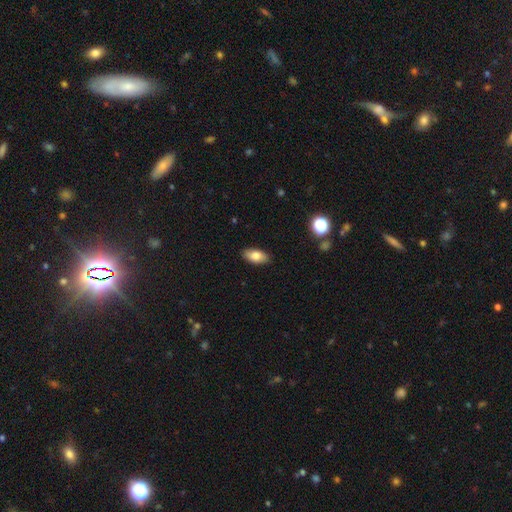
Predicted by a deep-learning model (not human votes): Smooth or featured: smooth — 80% (featured or disk — 12%)
How rounded: in between — 90% (cigar-shaped — 6%)
Merging: none — 88% (minor disturbance — 9%)